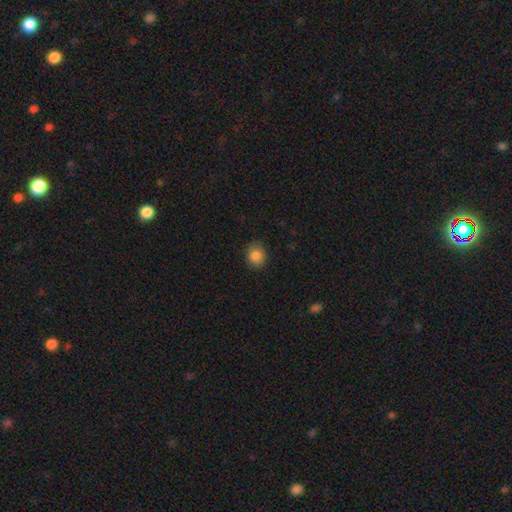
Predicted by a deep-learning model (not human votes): Morphology: type=smooth (85%); roundness=round (70%); merging=none (83%).